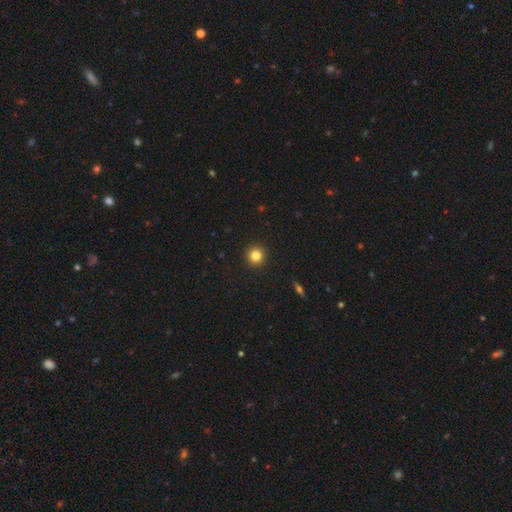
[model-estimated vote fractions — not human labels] A smooth galaxy with no disk features (82%) that is round (95%). Merging: none (93%).